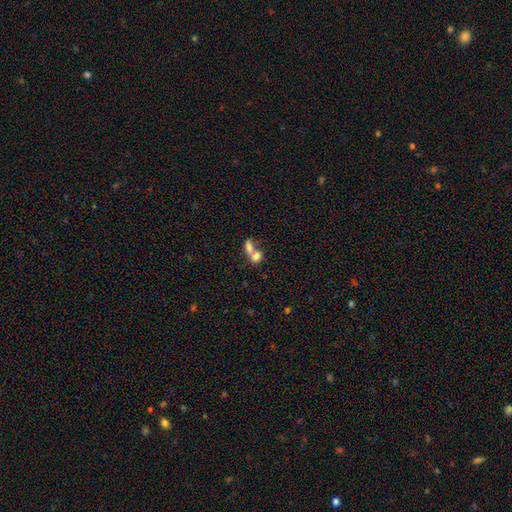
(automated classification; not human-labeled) This appears to be a smooth galaxy with no disk features (75%) that is in between round and cigar-shaped (62%). Merging: merger (69%).